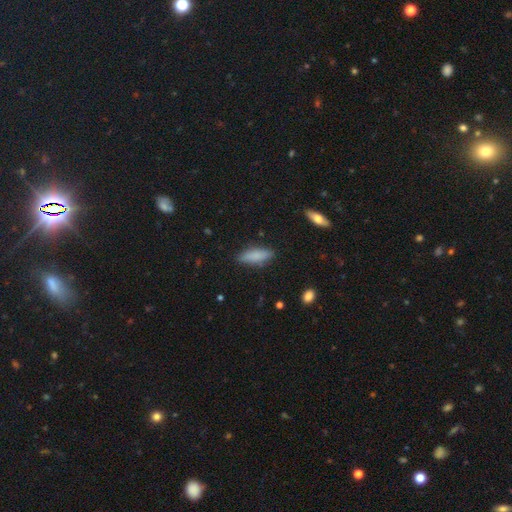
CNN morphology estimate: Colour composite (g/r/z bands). It shows a smooth galaxy with no disk features (82%) that is in between round and cigar-shaped (50%). Merging: none (85%).